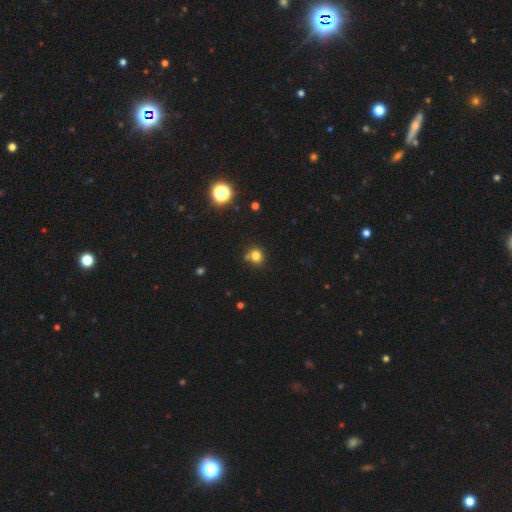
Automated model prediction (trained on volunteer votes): This appears to be a smooth galaxy with no disk features (78%) that is round (83%). Merging: none (72%).